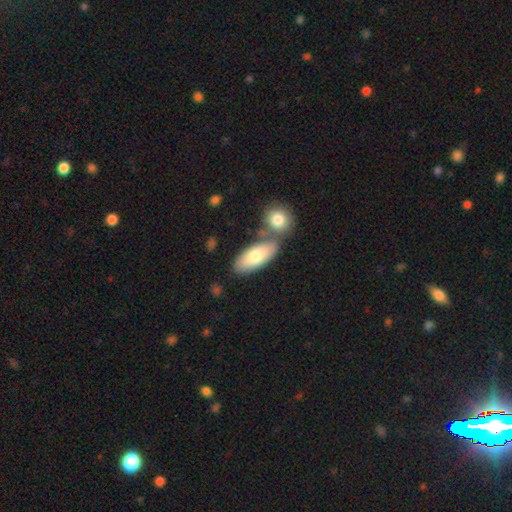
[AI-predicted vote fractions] Smooth or featured? smooth (74%)
How rounded? in between (82%)
Merging? none (58%)